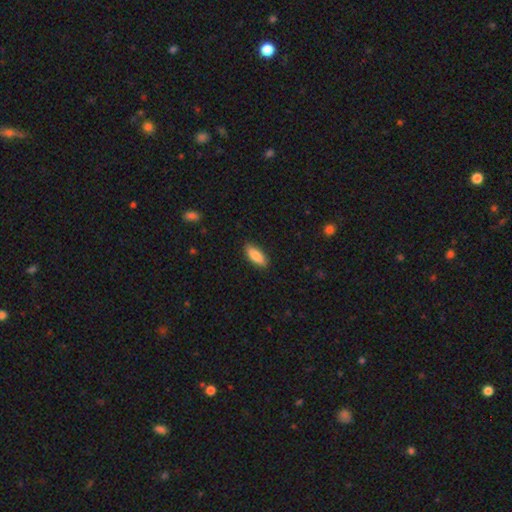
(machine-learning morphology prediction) smooth 85%, featured or disk 9%, star or artifact 6%. Down the decision tree: how rounded — in between (73%); merging — none (89%).